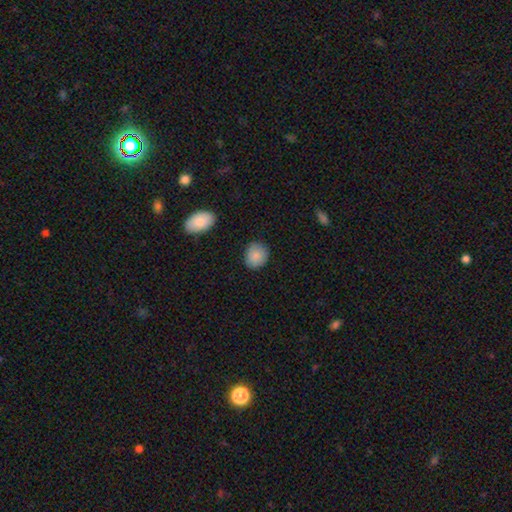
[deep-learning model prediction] This is clearly a smooth galaxy (87%). How rounded: likely round (70%). Merging: clearly none (84%).